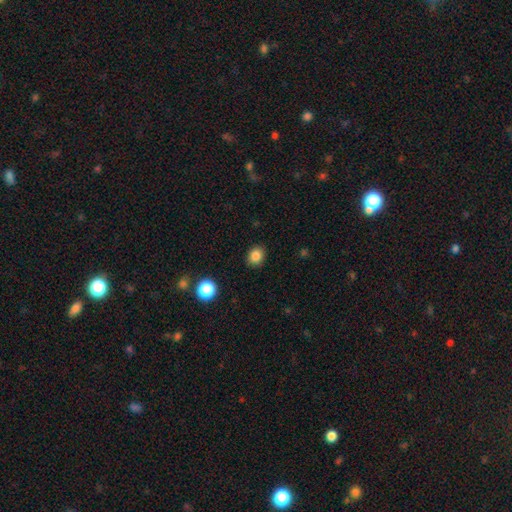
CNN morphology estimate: Overall: smooth (85%). How rounded: round (66%; in between 33%). Merging: none (89%).